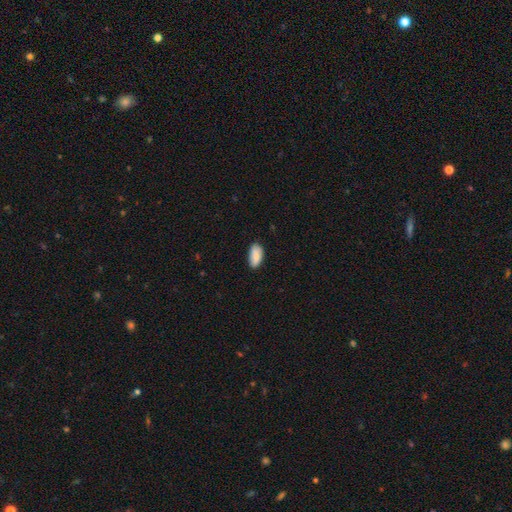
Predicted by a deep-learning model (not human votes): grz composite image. It shows a smooth galaxy with no disk features (85%) that is in between round and cigar-shaped (92%). Merging: none (82%).